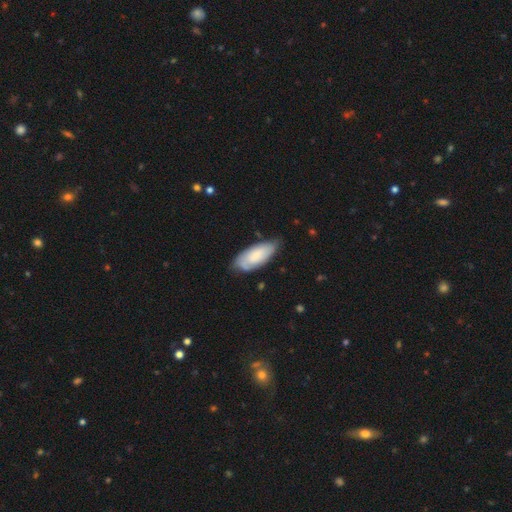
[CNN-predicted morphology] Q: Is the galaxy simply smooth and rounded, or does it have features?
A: smooth — 65%.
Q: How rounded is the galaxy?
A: in between — 85%.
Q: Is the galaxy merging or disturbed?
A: none — 63%.